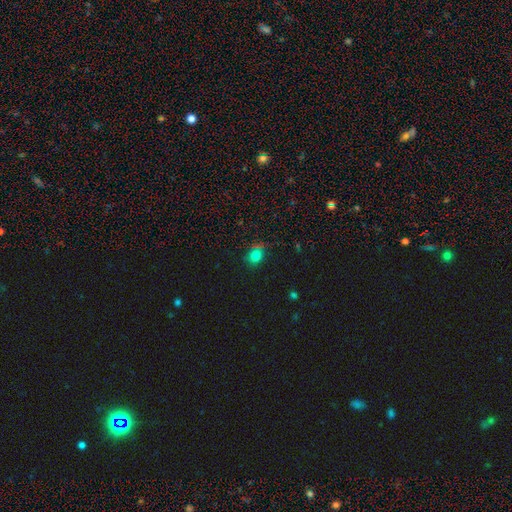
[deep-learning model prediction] smooth_or_featured: smooth (p=0.76) [alt: star or artifact p=0.17]
how_rounded: round (p=0.59) [alt: in between p=0.39]
merging: none (p=0.69) [alt: minor disturbance p=0.20]